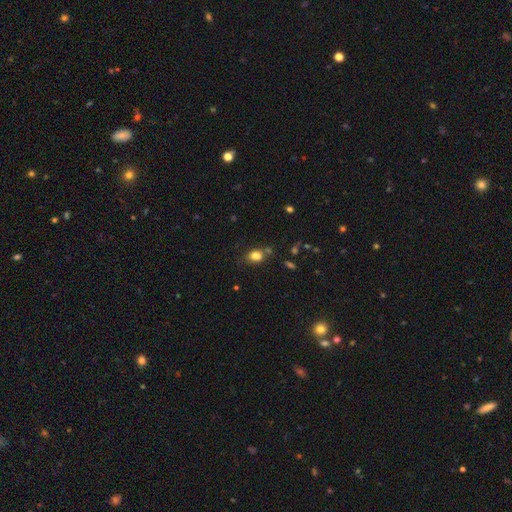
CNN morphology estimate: This appears to be a smooth galaxy with no disk features (81%) that is in between round and cigar-shaped (66%). Merging: none (63%).